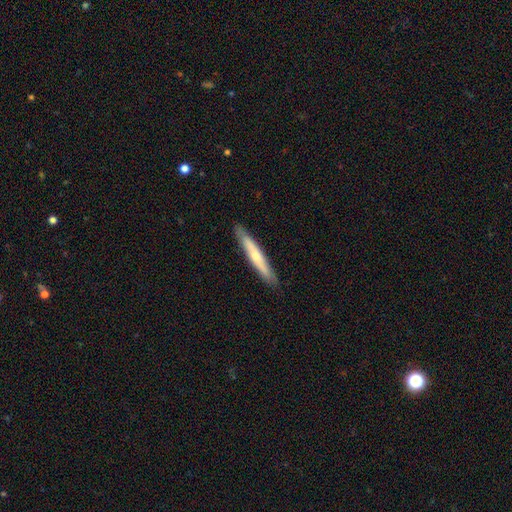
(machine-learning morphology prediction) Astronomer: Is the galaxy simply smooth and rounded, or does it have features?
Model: smooth — 49% (runner-up: featured or disk, 46%).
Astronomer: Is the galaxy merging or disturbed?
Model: none — 89%.